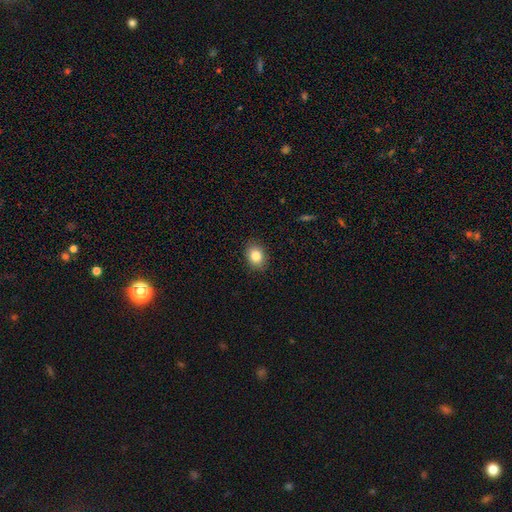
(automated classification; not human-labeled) A smooth galaxy with no disk features (83%) that is in between round and cigar-shaped (55%).

Vote fractions:
- Smooth or featured? smooth: 83% / star or artifact: 10% / featured or disk: 7%
- How rounded? in between: 55% / round: 44% / cigar-shaped: 1%
- Merging? none: 89% / minor disturbance: 8% / major disturbance: 2% / merger: 1%